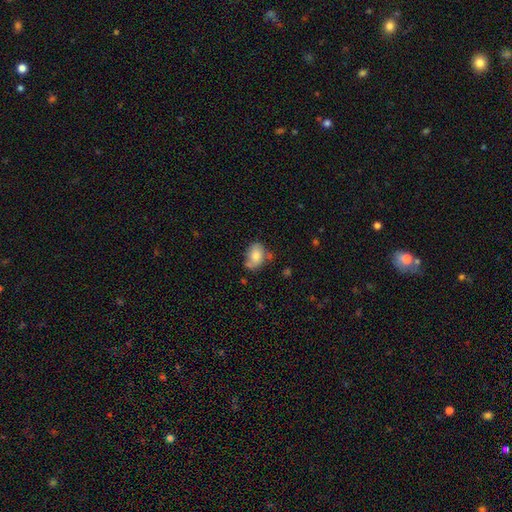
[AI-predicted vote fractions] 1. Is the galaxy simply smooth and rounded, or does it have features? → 74% smooth, 18% featured or disk, 8% star or artifact.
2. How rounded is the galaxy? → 77% in between, 21% round, 1% cigar-shaped.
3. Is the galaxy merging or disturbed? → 56% none, 26% minor disturbance, 11% merger, 7% major disturbance.